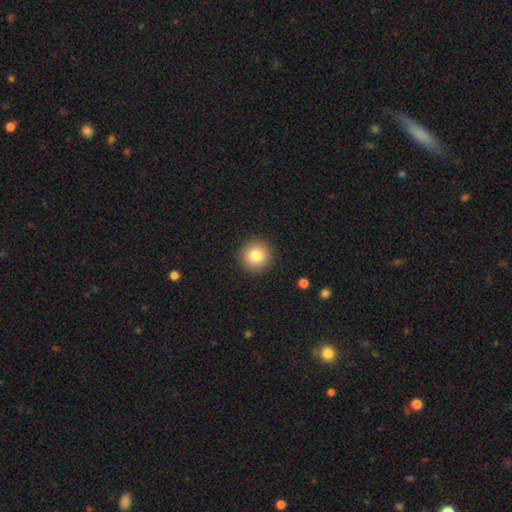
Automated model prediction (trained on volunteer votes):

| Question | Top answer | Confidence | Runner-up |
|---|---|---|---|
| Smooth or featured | smooth | 82% | star or artifact (10%) |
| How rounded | round | 94% | in between (5%) |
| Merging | none | 92% | minor disturbance (5%) |